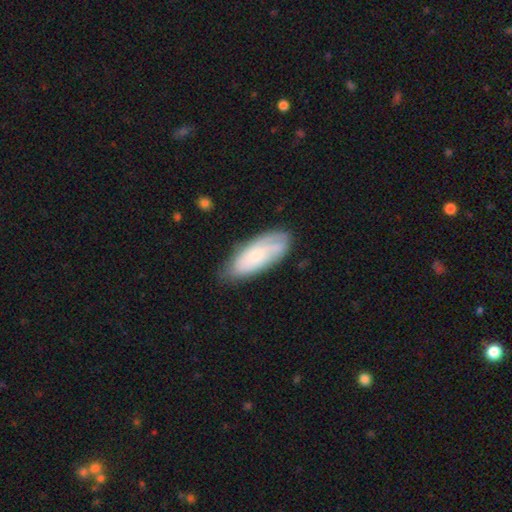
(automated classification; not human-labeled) Overall: smooth (51%; featured or disk 42%). How rounded: in between (77%). Merging: none (69%).